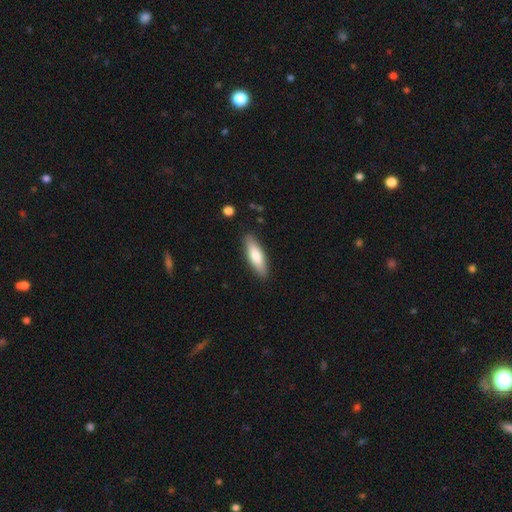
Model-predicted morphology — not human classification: The model was most divided on "how rounded": cigar-shaped: 54%, in between: 44%, round: 2%. More confident: merging — none (87%); smooth or featured — smooth (75%).